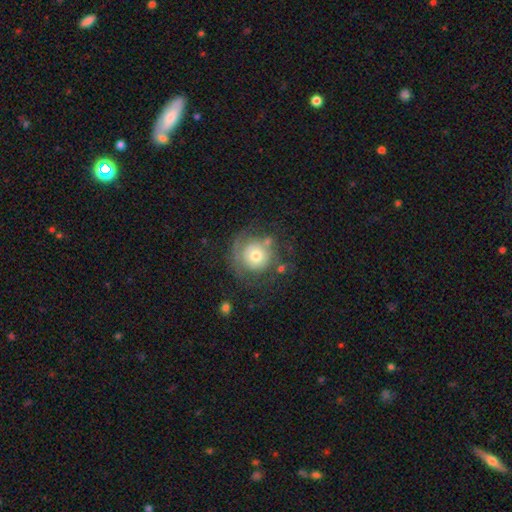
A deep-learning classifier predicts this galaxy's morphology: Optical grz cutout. It shows a smooth galaxy with no disk features (47%). Merging: none (59%).